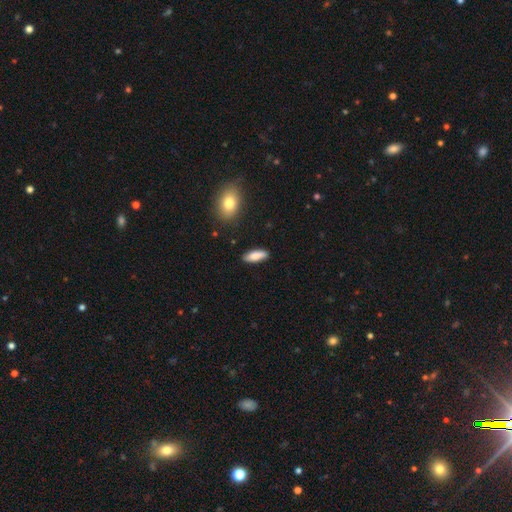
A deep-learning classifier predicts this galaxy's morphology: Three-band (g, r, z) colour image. It shows a smooth galaxy with no disk features (84%) that is in between round and cigar-shaped (62%). Merging: none (85%).